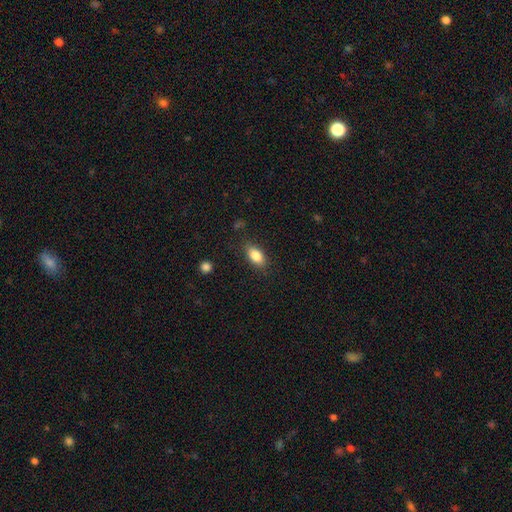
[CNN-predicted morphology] smooth-or-featured: smooth: 85% | star or artifact: 8% | featured or disk: 8%
  how-rounded: in between: 88% | round: 6% | cigar-shaped: 6%
  merging: none: 83% | minor disturbance: 13% | major disturbance: 4% | merger: 1%